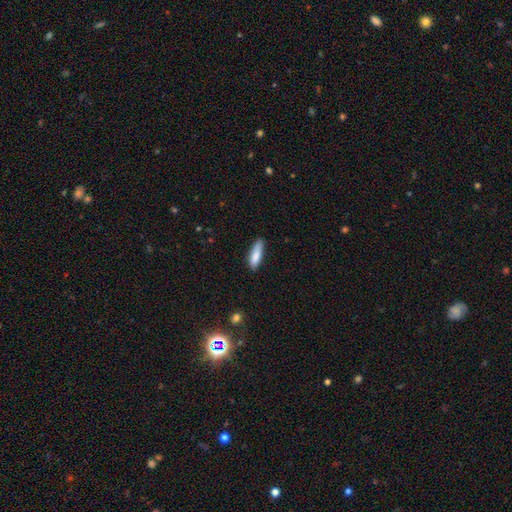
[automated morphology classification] Smooth or featured: smooth — 85% (featured or disk — 9%)
How rounded: cigar-shaped — 59% (in between — 40%)
Merging: none — 73% (minor disturbance — 22%)